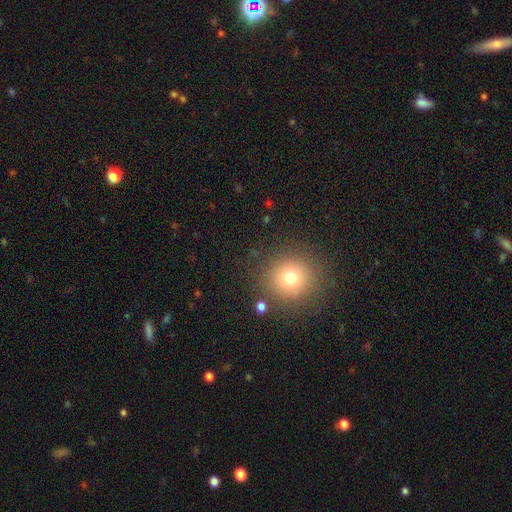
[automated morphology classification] The model was most divided on "smooth or featured": smooth: 65%, star or artifact: 28%, featured or disk: 8%. More confident: how rounded — round (93%); merging — none (90%).